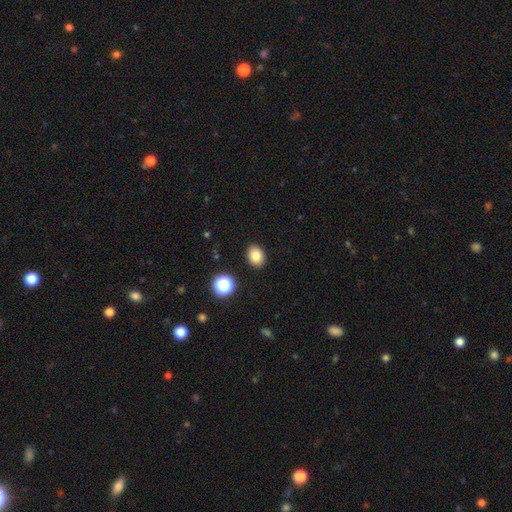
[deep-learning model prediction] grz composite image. It shows a smooth galaxy with no disk features (83%) that is in between round and cigar-shaped (63%). Merging: none (89%).